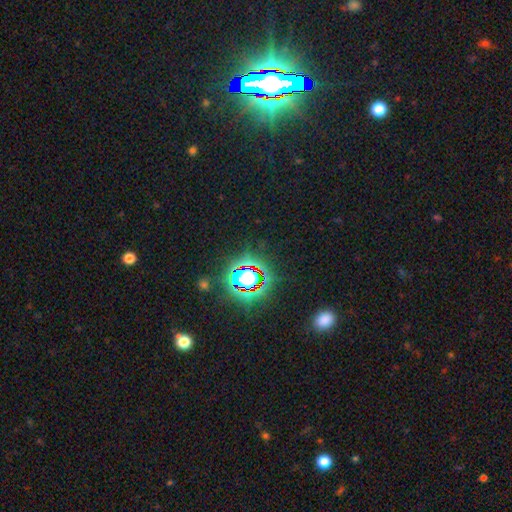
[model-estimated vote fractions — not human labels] This is clearly a star or artifact rather than a galaxy (84%).